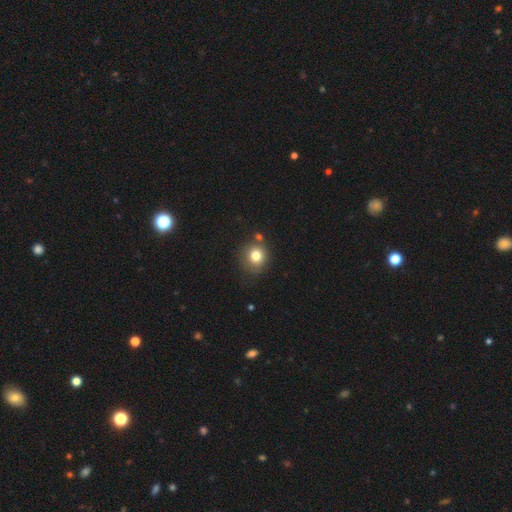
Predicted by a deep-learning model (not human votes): A smooth galaxy with no disk features (79%) that is round (84%). Merging: none (70%).